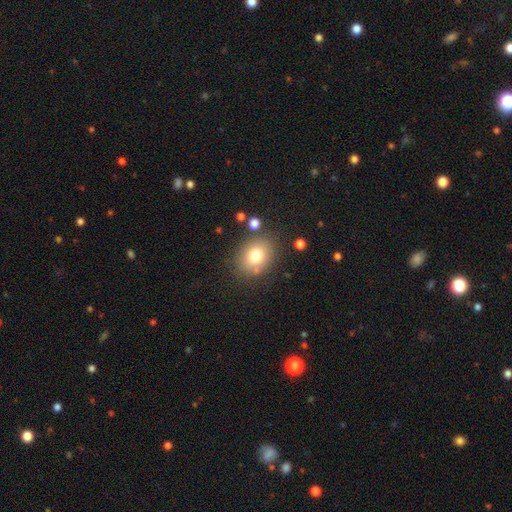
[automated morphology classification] Overall: smooth (77%). How rounded: round (54%; in between 45%). Merging: none (78%).